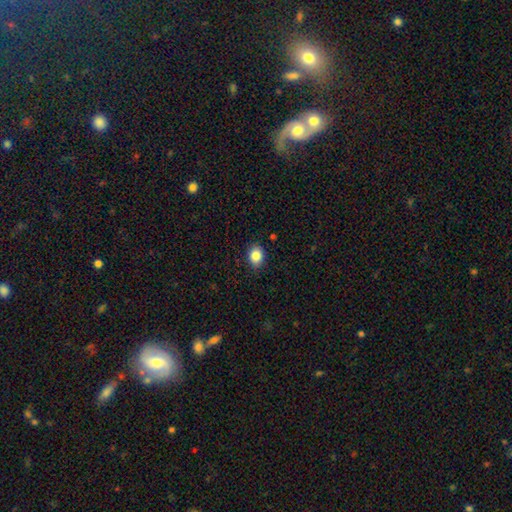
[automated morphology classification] Smooth or featured: smooth — 86% (star or artifact — 9%)
How rounded: in between — 51% (round — 48%)
Merging: none — 86% (minor disturbance — 11%)